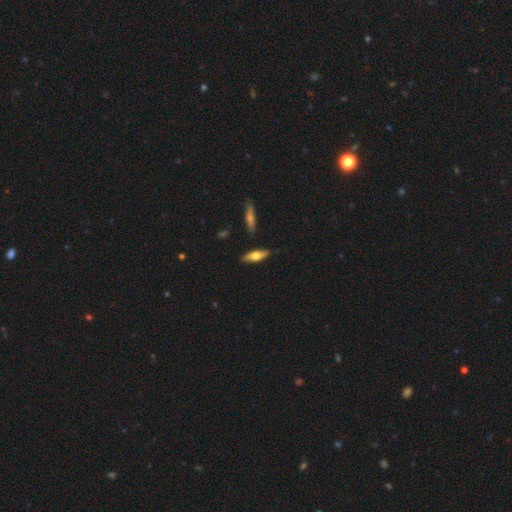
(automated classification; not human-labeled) Morphology: type=smooth (54%); roundness=in between (51%); merging=none (84%).